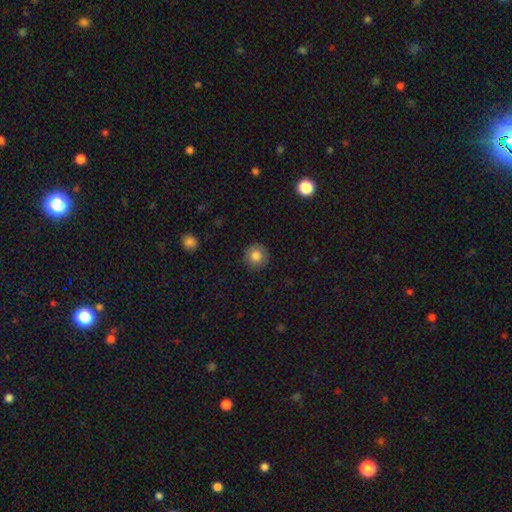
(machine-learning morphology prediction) This appears to be a smooth galaxy with no disk features (83%) that is round (94%). Merging: none (89%).